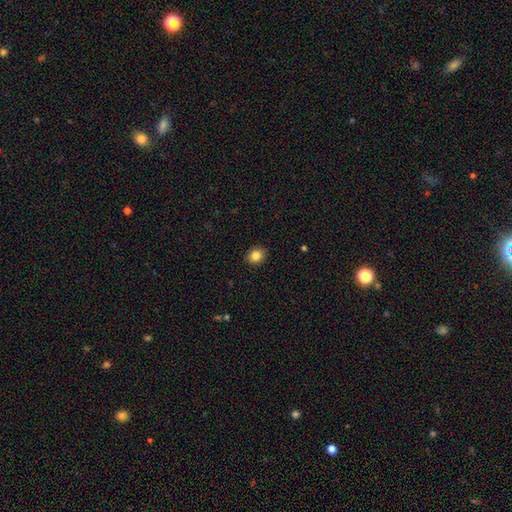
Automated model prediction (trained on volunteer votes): smooth_or_featured: smooth (p=0.84) [alt: star or artifact p=0.10]
how_rounded: round (p=0.60) [alt: in between p=0.39]
merging: none (p=0.91) [alt: minor disturbance p=0.07]